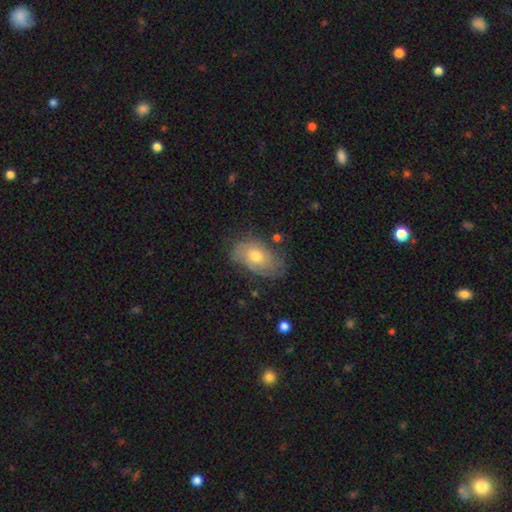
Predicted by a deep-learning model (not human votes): smooth-or-featured: smooth: 54% | featured or disk: 38% | star or artifact: 8%
  how-rounded: in between: 89% | round: 10% | cigar-shaped: 2%
  merging: none: 61% | minor disturbance: 28% | major disturbance: 9% | merger: 2%